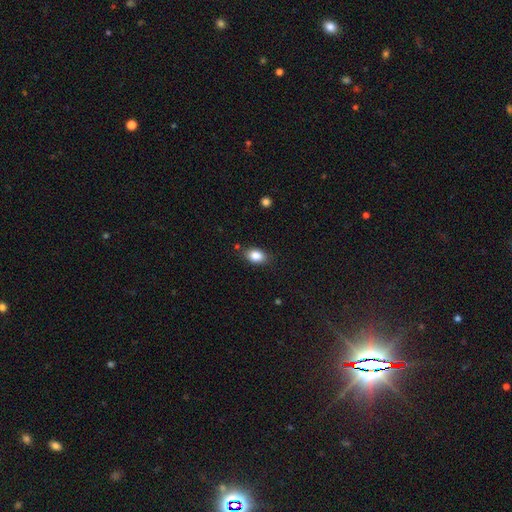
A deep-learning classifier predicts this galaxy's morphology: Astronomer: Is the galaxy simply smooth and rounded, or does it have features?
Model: smooth — 85%.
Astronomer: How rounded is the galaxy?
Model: in between — 79%.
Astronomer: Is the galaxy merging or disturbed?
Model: none — 82%.